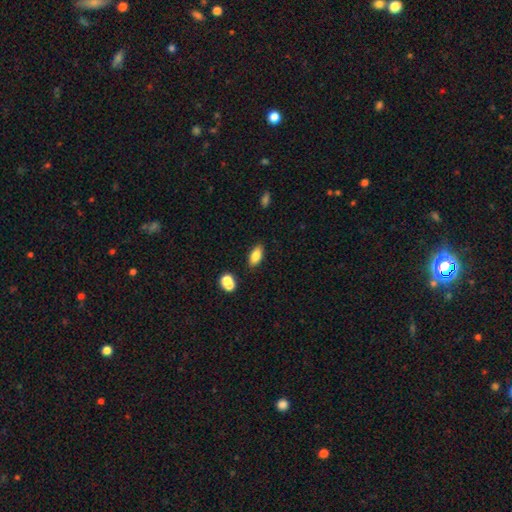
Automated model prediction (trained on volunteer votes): A smooth galaxy with no disk features (82%) that is in between round and cigar-shaped (89%). Merging: none (84%).